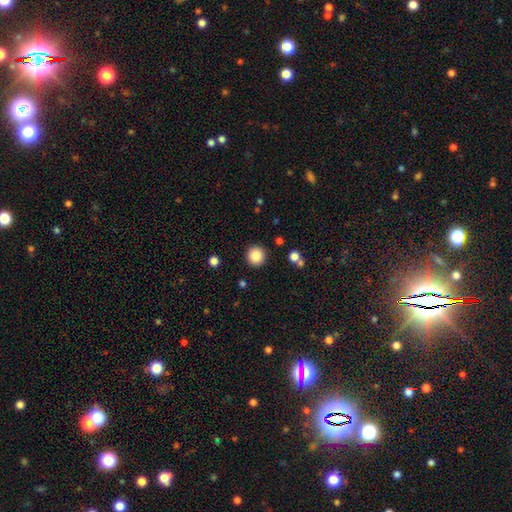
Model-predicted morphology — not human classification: This is clearly a smooth galaxy (87%). How rounded: clearly round (94%). Merging: clearly none (89%).